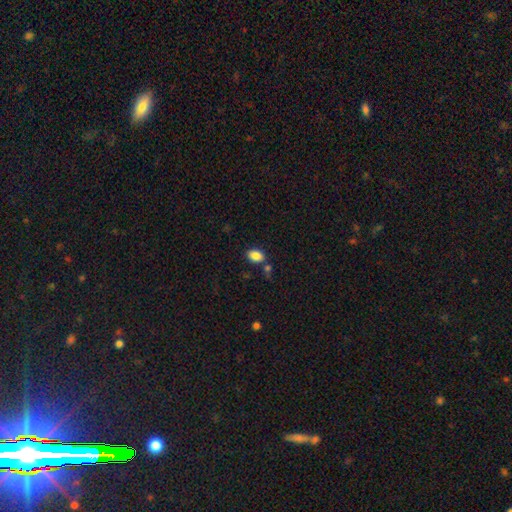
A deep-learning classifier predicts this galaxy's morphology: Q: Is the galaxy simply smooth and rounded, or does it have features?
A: smooth — 87%.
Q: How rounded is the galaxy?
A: in between — 85%.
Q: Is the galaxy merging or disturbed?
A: none — 75%.